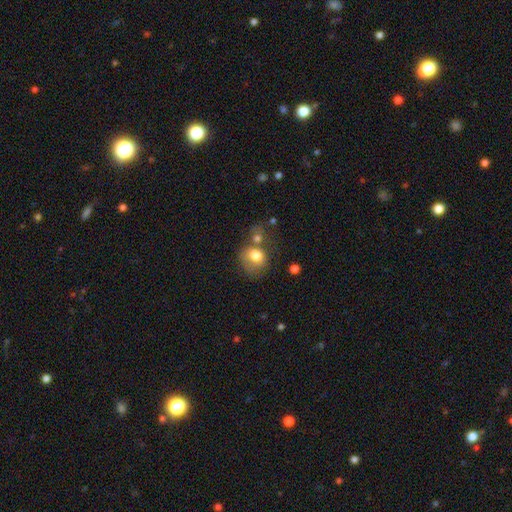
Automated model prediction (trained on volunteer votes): Smooth or featured? smooth (77%)
How rounded? round (62%)
Merging? none (35%)